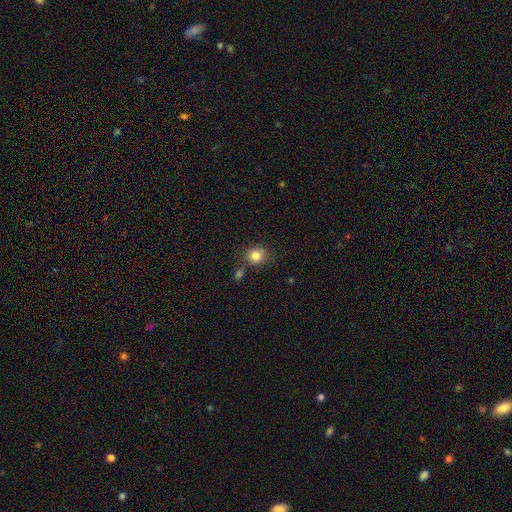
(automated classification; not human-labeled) Smooth or featured?
  - smooth: 83% *
  - star or artifact: 11%
  - featured or disk: 7%
How rounded?
  - round: 78% *
  - in between: 21%
  - cigar-shaped: 1%
Merging?
  - none: 69% *
  - minor disturbance: 14%
  - merger: 12%
  - major disturbance: 4%